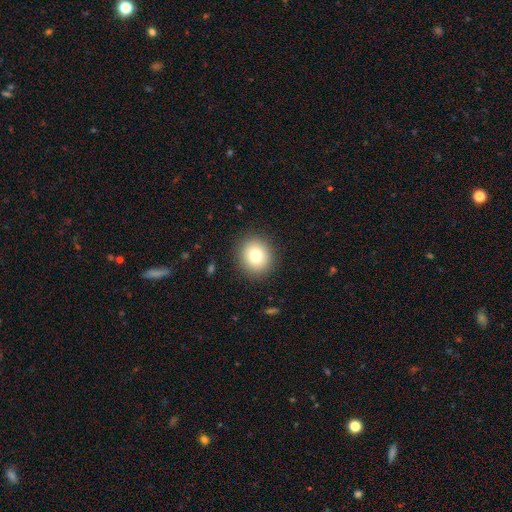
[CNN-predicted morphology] smooth 78%, featured or disk 11%, star or artifact 11%. Down the decision tree: how rounded — round (83%); merging — none (90%).